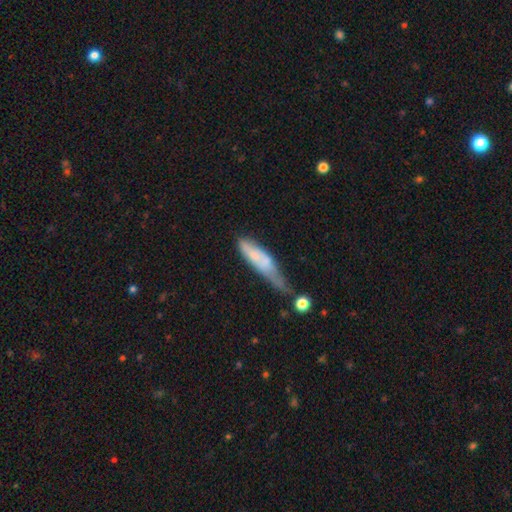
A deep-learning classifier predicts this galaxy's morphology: Smooth or featured: smooth — 59% (featured or disk — 33%)
How rounded: cigar-shaped — 69% (in between — 29%)
Merging: minor disturbance — 36% (major disturbance — 27%)